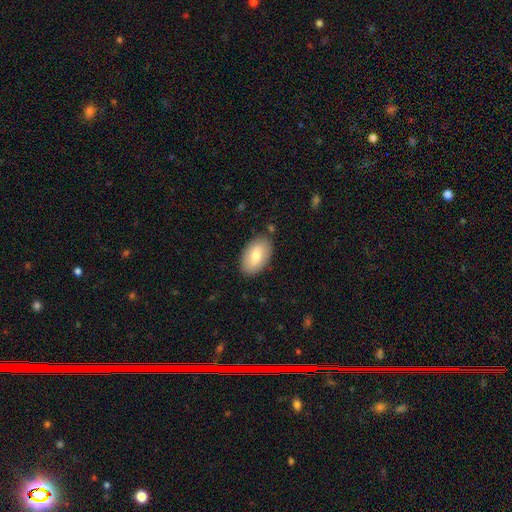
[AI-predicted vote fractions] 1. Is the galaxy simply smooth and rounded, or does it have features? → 73% smooth, 21% featured or disk, 6% star or artifact.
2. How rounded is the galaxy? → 93% in between, 6% round, 1% cigar-shaped.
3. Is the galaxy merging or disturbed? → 86% none, 10% minor disturbance, 2% major disturbance, 2% merger.